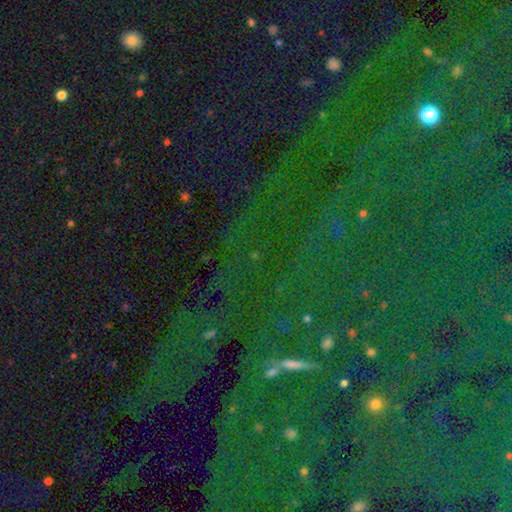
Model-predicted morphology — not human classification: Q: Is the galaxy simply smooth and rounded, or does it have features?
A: star or artifact — 85%.